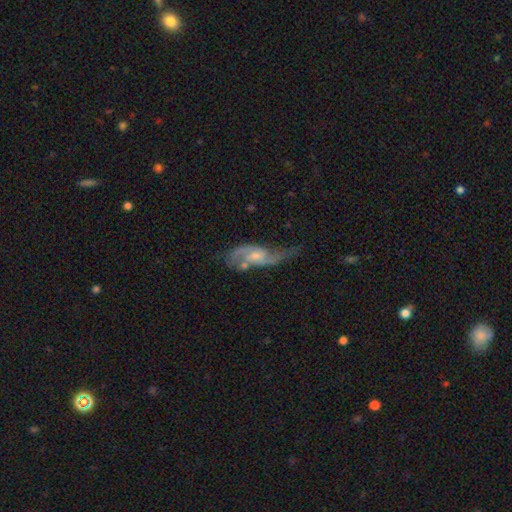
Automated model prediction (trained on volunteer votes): smooth_or_featured: featured or disk (p=0.81) [alt: smooth p=0.13]
disk_edge_on: no (p=0.92) [alt: yes p=0.08]
bar: no (p=0.53) [alt: weak p=0.39]
has_spiral_arms: yes (p=0.92) [alt: no p=0.08]
spiral_winding: loose (p=0.46) [alt: medium p=0.41]
spiral_arm_count: 2 (p=0.84) [alt: can't tell p=0.07]
bulge_size: small (p=0.48) [alt: moderate p=0.38]
merging: none (p=0.44) [alt: minor disturbance p=0.26]